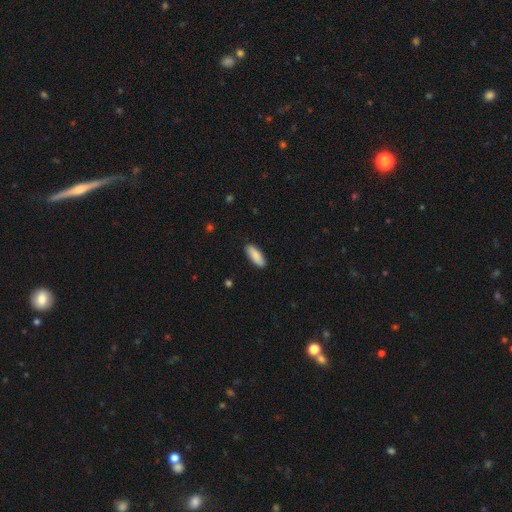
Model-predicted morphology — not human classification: Smooth or featured? smooth (87%)
How rounded? in between (68%)
Merging? none (88%)